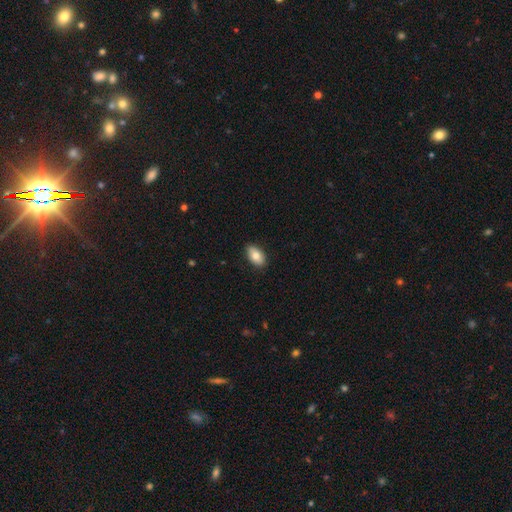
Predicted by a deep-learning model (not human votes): Morphology: type=smooth (79%); roundness=in between (93%); merging=none (86%).